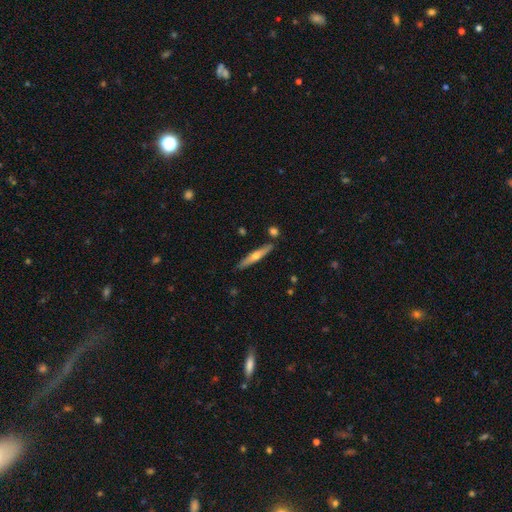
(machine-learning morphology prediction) Q: Smooth or featured?
A: featured or disk (50%); runner-up: smooth (44%)
Q: Merging?
A: none (86%); runner-up: minor disturbance (9%)